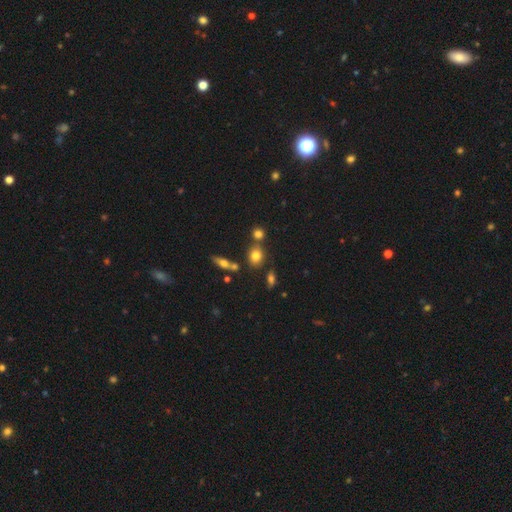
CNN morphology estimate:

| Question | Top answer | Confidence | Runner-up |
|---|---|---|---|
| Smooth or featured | smooth | 76% | star or artifact (13%) |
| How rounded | round | 56% | in between (42%) |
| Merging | none | 65% | merger (20%) |